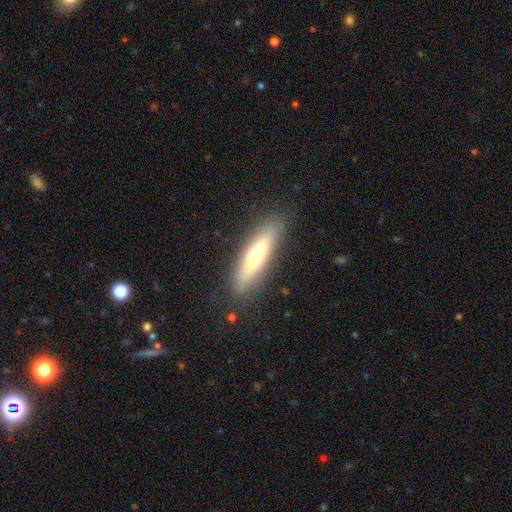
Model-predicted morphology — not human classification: smooth-or-featured: smooth: 53% | featured or disk: 40% | star or artifact: 7%
  how-rounded: cigar-shaped: 75% | in between: 23% | round: 2%
  merging: none: 86% | minor disturbance: 10% | major disturbance: 3% | merger: 1%